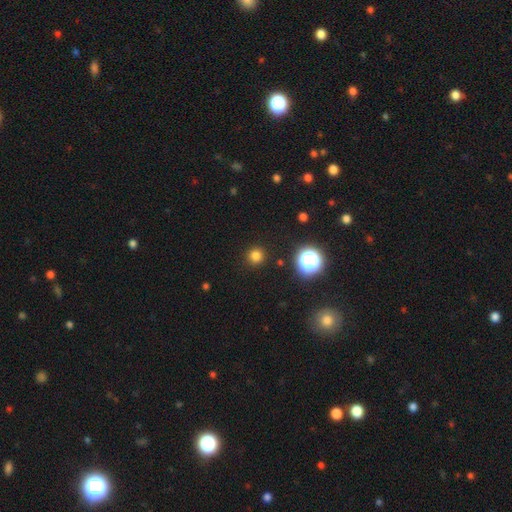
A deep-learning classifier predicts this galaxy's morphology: smooth-or-featured: smooth: 78% | star or artifact: 17% | featured or disk: 5%
  how-rounded: round: 95% | in between: 4% | cigar-shaped: 1%
  merging: none: 92% | minor disturbance: 5% | major disturbance: 2% | merger: 1%